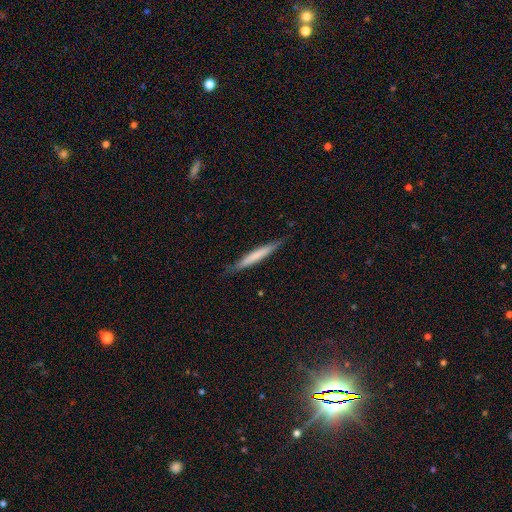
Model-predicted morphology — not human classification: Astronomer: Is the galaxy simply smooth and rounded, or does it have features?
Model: smooth — 64%.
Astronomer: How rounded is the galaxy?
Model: cigar-shaped — 96%.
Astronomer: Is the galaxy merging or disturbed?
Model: none — 84%.